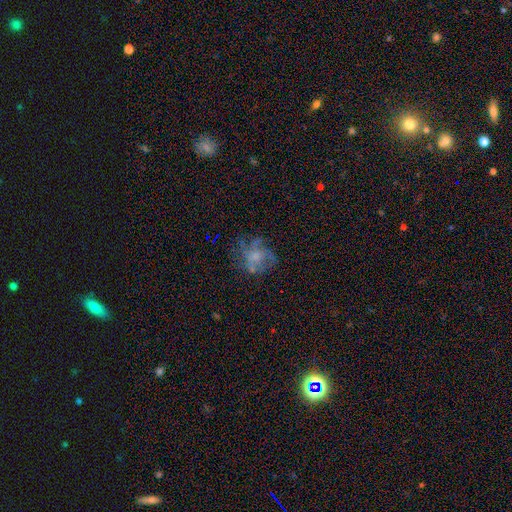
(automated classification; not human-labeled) featured or disk 52%, smooth 32%, star or artifact 16%. Down the decision tree: edge-on disk — no (98%); bar — no (83%); spiral arms — no (58%); bulge size — small (36%); merging — none (54%).